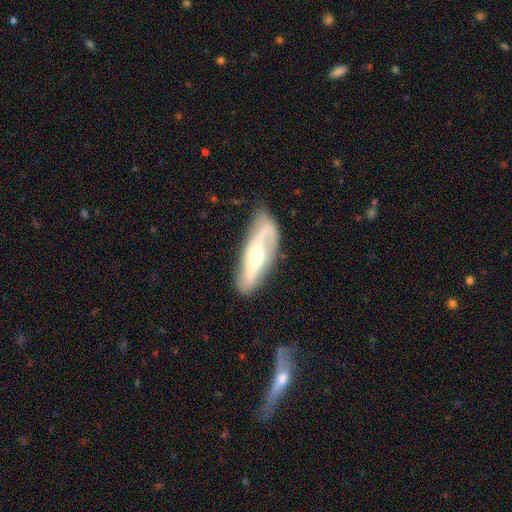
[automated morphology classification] type=featured or disk (70%); edge-on=no (76%); bar=no (52%); spiral arms=yes (83%); bulge=moderate (63%); merging=none (71%).